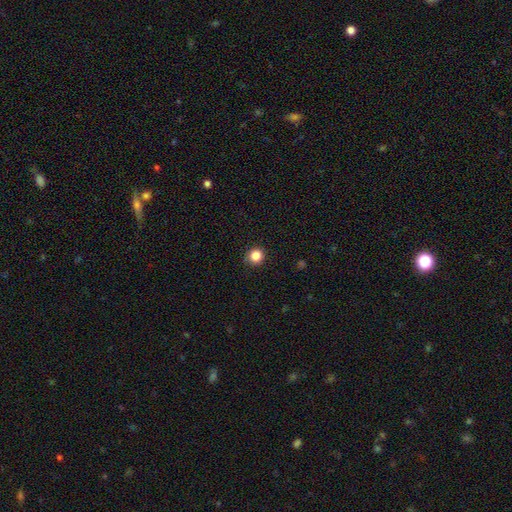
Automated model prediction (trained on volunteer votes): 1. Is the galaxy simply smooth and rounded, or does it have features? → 85% smooth, 11% star or artifact, 4% featured or disk.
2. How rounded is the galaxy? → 92% round, 7% in between, 1% cigar-shaped.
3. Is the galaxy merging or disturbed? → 90% none, 7% minor disturbance, 2% major disturbance, 1% merger.